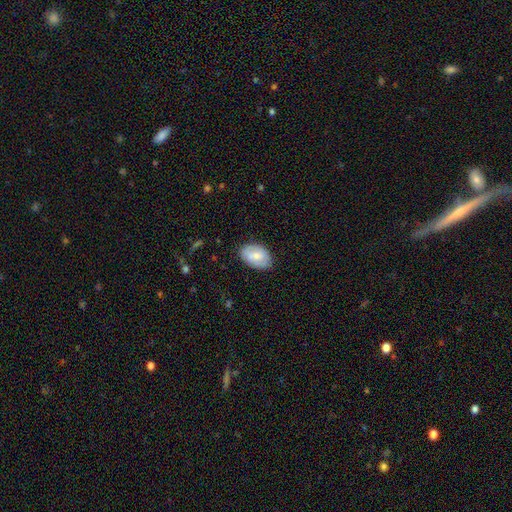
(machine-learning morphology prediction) smooth 68%, featured or disk 26%, star or artifact 6%. Down the decision tree: how rounded — in between (89%); merging — none (80%).